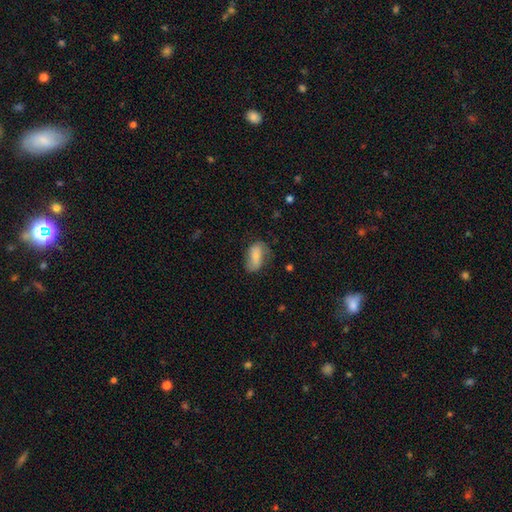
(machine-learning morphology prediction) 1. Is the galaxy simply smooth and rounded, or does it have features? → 60% smooth, 32% featured or disk, 7% star or artifact.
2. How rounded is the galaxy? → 89% in between, 6% round, 5% cigar-shaped.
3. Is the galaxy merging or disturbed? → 59% none, 26% minor disturbance, 12% major disturbance, 2% merger.